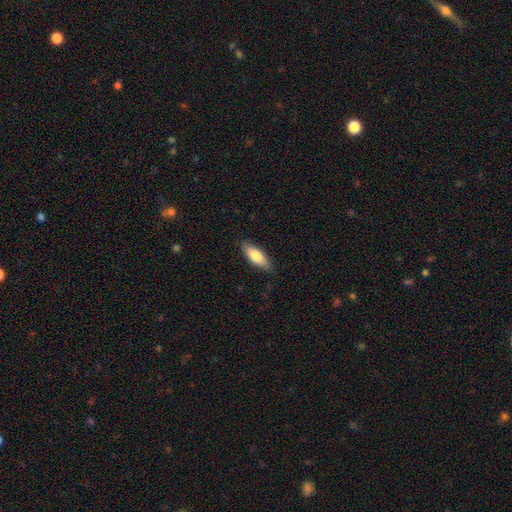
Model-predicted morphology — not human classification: smooth-or-featured: smooth: 79% | featured or disk: 15% | star or artifact: 6%
  how-rounded: in between: 68% | cigar-shaped: 30% | round: 2%
  merging: none: 84% | minor disturbance: 13% | major disturbance: 2% | merger: 1%